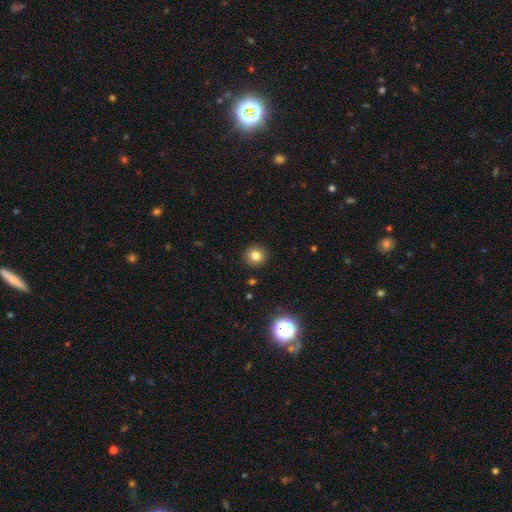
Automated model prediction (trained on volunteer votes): Morphology: type=smooth (81%); roundness=round (92%); merging=none (91%).